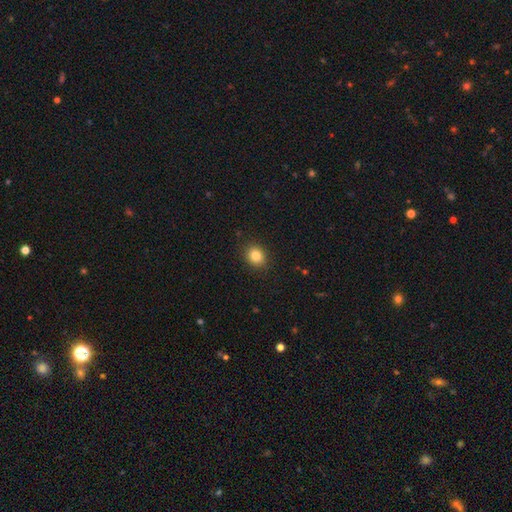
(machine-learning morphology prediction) Q: Smooth or featured?
A: smooth (83%); runner-up: star or artifact (11%)
Q: How rounded?
A: round (69%); runner-up: in between (31%)
Q: Merging?
A: none (90%); runner-up: minor disturbance (7%)